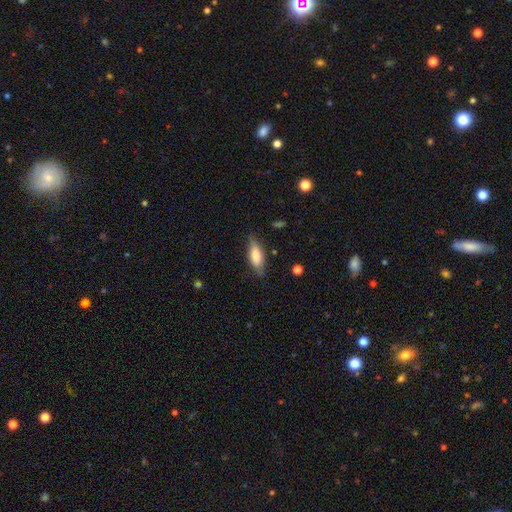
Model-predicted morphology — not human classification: A smooth galaxy with no disk features (73%) that is in between round and cigar-shaped (70%). Merging: none (73%).